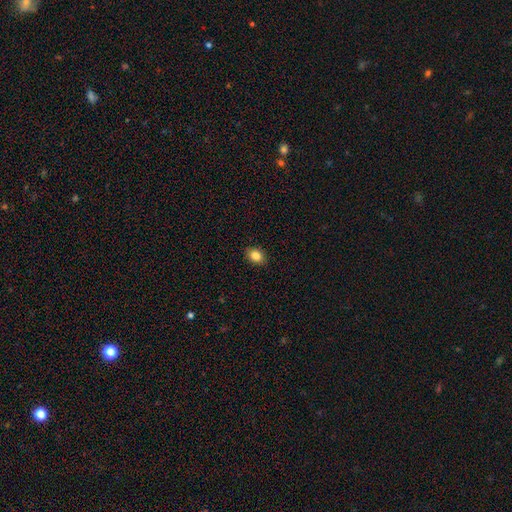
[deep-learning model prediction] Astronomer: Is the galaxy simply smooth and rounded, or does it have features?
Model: smooth — 84%.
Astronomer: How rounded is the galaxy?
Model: in between — 63%.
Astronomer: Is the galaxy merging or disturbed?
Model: none — 90%.